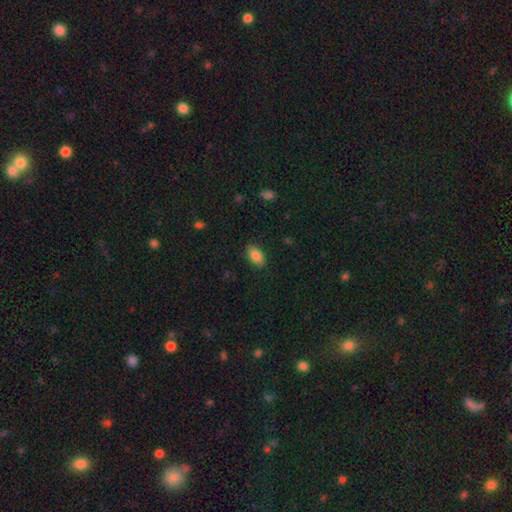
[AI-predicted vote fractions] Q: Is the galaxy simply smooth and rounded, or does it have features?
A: smooth — 86%.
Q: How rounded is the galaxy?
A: in between — 92%.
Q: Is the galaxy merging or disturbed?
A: none — 86%.